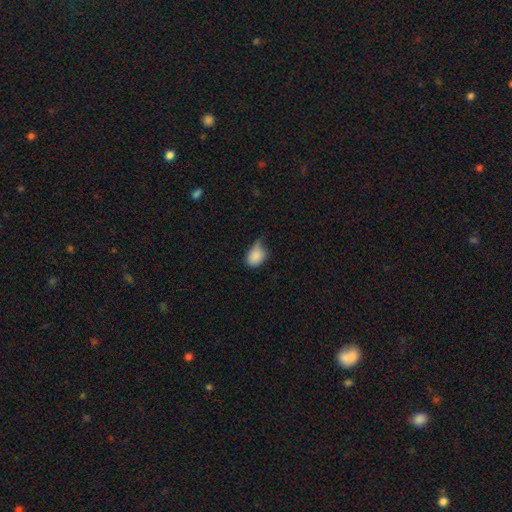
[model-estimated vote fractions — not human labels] Smooth or featured?
  - smooth: 85% *
  - star or artifact: 8%
  - featured or disk: 6%
How rounded?
  - in between: 75% *
  - round: 23%
  - cigar-shaped: 2%
Merging?
  - minor disturbance: 51% *
  - none: 31%
  - major disturbance: 15%
  - merger: 3%